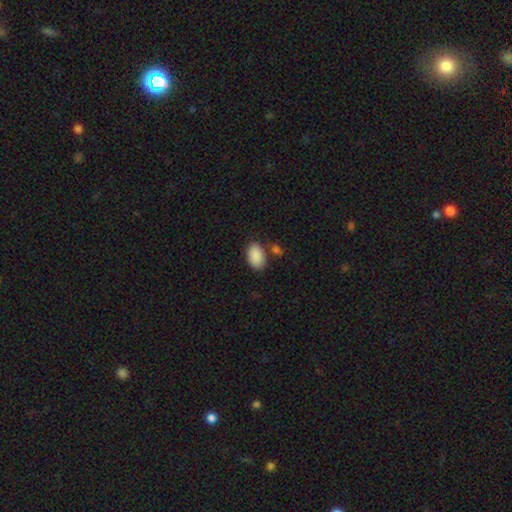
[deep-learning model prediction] smooth-or-featured: smooth: 90% | star or artifact: 7% | featured or disk: 4%
  how-rounded: in between: 92% | round: 7% | cigar-shaped: 1%
  merging: none: 74% | minor disturbance: 14% | merger: 9% | major disturbance: 4%